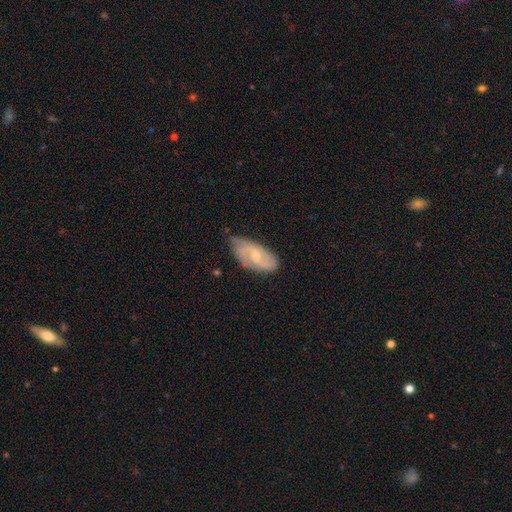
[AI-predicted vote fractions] Overall: featured or disk (69%). Edge-on disk: no (93%). Bar: no (47%; weak 44%). Spiral arms: yes (88%). Spiral arm count: 2 (67%). Spiral winding: medium (44%; tight 33%). Bulge size: moderate (50%; small 46%). Merging: none (64%; minor disturbance 29%).